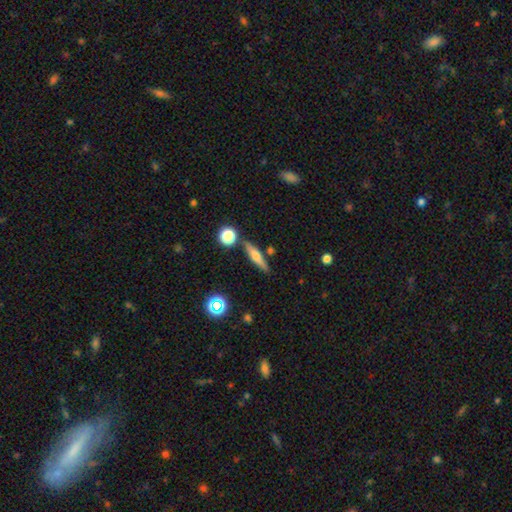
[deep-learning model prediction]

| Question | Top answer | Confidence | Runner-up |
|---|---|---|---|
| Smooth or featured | smooth | 49% | featured or disk (42%) |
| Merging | none | 80% | minor disturbance (11%) |